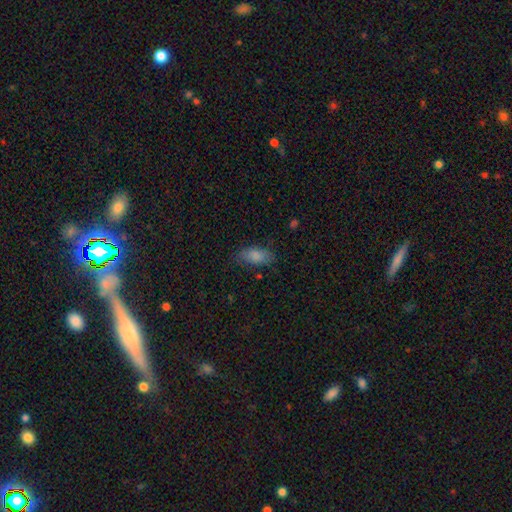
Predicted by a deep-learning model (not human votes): A smooth galaxy with no disk features (83%) that is in between round and cigar-shaped (89%). Merging: none (72%).